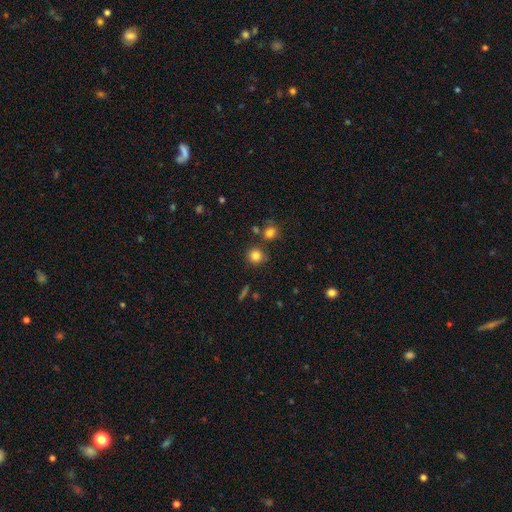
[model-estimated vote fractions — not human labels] A smooth galaxy with no disk features (81%) that is round (90%).

Vote fractions:
- Smooth or featured? smooth: 81% / star or artifact: 12% / featured or disk: 6%
- How rounded? round: 90% / in between: 9% / cigar-shaped: 1%
- Merging? none: 80% / minor disturbance: 9% / merger: 8% / major disturbance: 3%